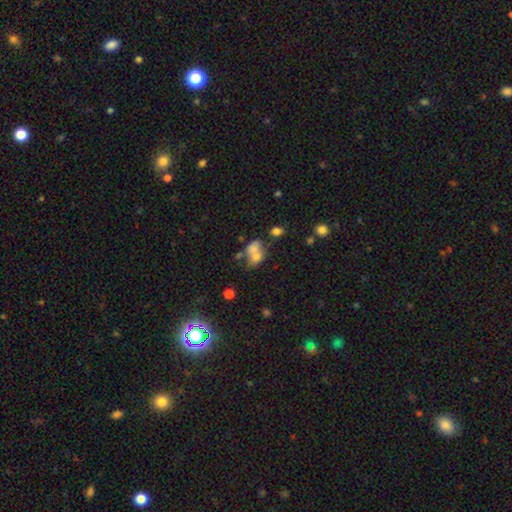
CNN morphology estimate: This is likely a smooth galaxy (64%). How rounded: likely in between (66%). Merging: possibly merger (58%).